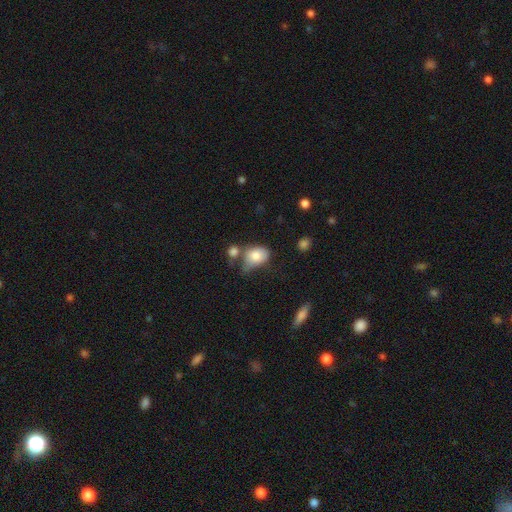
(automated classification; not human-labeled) Smooth or featured?
  - smooth: 80% *
  - featured or disk: 12%
  - star or artifact: 8%
How rounded?
  - in between: 69% *
  - round: 29%
  - cigar-shaped: 1%
Merging?
  - none: 32% *
  - minor disturbance: 28%
  - merger: 26%
  - major disturbance: 15%